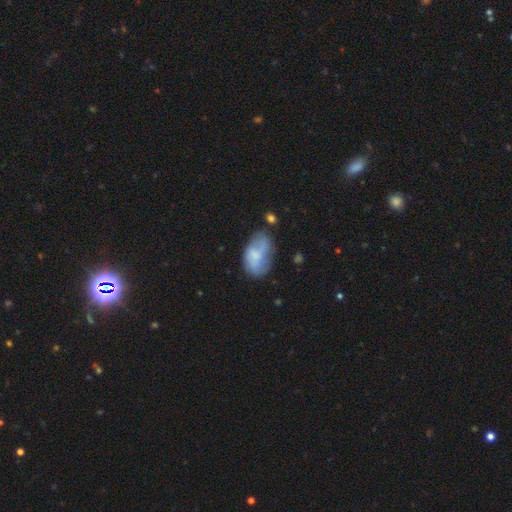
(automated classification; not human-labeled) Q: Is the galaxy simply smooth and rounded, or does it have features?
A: smooth — 60%.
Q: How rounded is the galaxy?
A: in between — 92%.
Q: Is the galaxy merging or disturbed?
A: none — 45%.